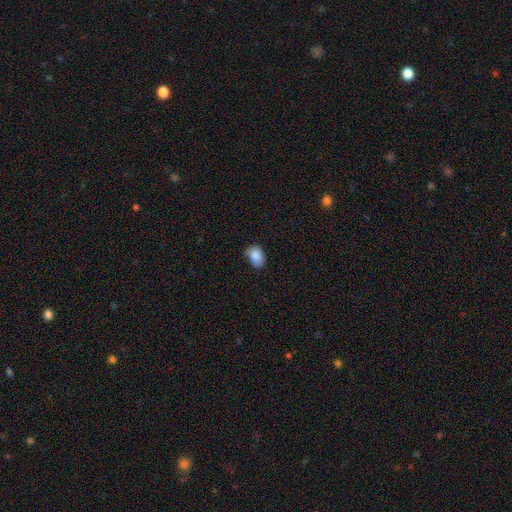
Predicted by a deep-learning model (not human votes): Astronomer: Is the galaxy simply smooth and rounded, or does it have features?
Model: smooth — 87%.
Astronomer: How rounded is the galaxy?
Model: in between — 81%.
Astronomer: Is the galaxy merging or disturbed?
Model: none — 61%.